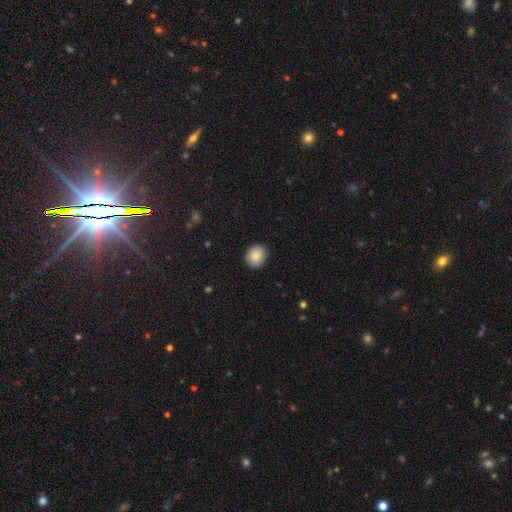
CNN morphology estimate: Overall: smooth (87%). How rounded: round (70%). Merging: none (88%).